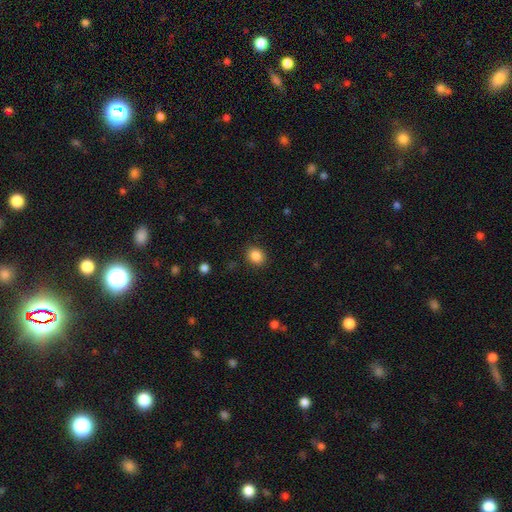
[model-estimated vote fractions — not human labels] This appears to be a smooth galaxy with no disk features (87%) that is round (64%). Merging: none (88%).